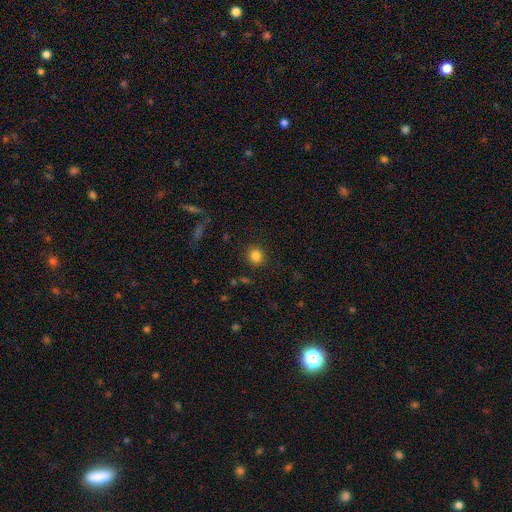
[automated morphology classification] This is clearly a smooth galaxy (83%). How rounded: clearly round (81%). Merging: clearly none (89%).